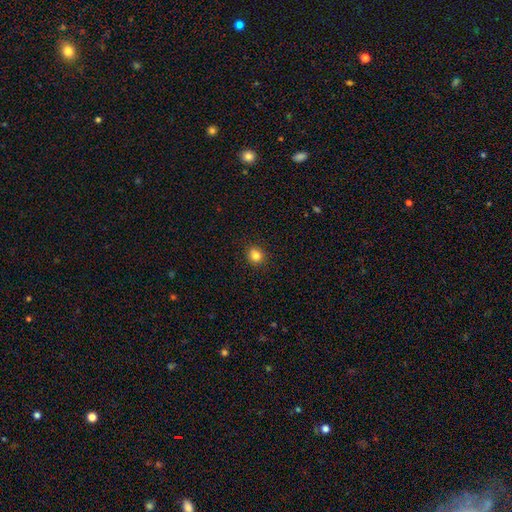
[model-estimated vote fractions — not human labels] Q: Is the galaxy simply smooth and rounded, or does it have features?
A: smooth — 83%.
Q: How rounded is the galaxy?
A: round — 81%.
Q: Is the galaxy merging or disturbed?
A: none — 90%.